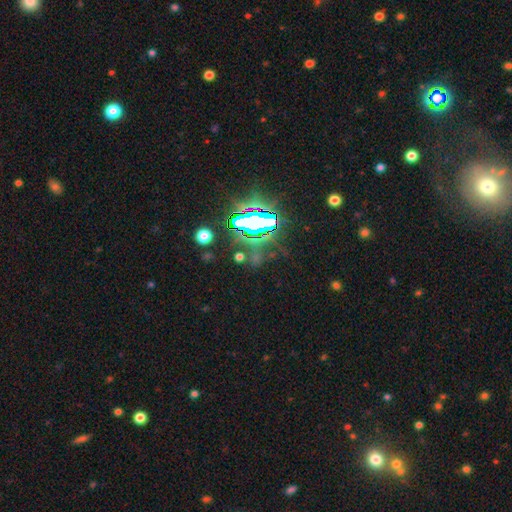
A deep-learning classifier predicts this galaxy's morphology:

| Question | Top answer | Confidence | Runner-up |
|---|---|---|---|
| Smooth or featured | star or artifact | 74% | smooth (15%) |